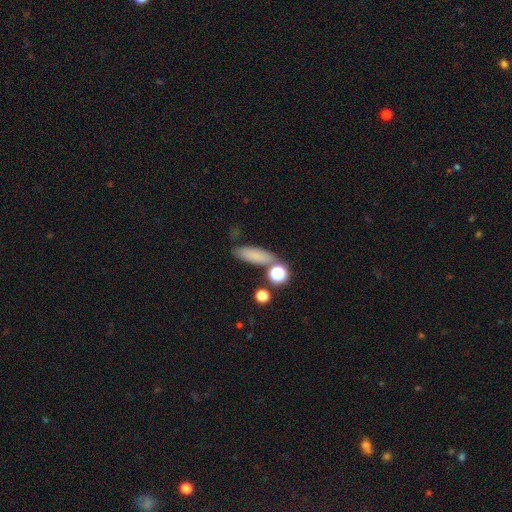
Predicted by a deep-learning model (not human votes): This is likely a smooth galaxy (78%). How rounded: possibly in between (53%). Merging: likely none (70%).